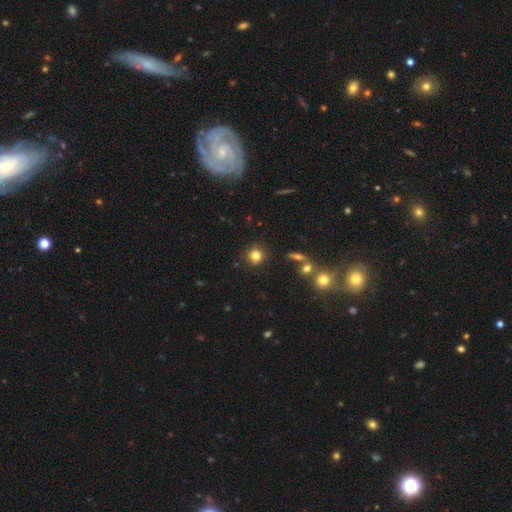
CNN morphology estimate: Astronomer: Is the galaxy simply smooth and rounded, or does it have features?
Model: smooth — 80%.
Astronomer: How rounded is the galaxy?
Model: round — 89%.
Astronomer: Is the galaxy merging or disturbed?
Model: none — 87%.